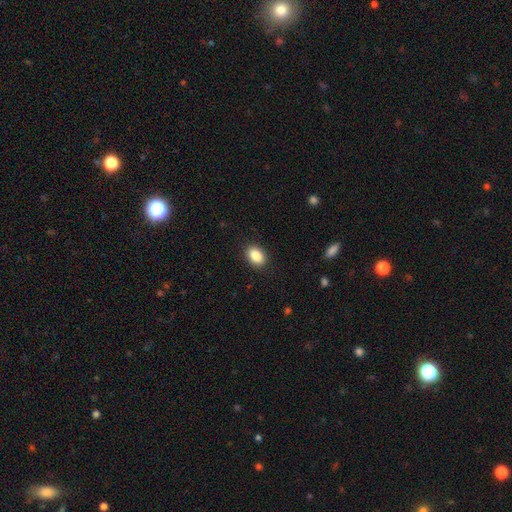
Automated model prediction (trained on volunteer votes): Smooth or featured: smooth — 87% (star or artifact — 8%)
How rounded: in between — 85% (round — 14%)
Merging: none — 89% (minor disturbance — 8%)